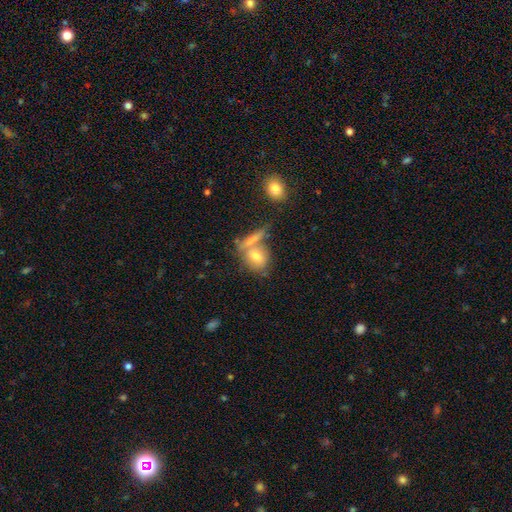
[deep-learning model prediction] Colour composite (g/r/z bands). It shows a smooth galaxy with no disk features (66%) that is in between round and cigar-shaped (59%). Merging: none (45%).